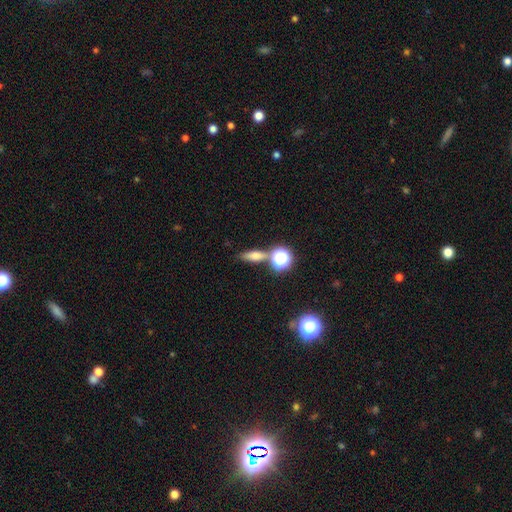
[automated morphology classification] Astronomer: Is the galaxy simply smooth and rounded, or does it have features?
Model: smooth — 63%.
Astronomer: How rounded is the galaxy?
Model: in between — 42% (runner-up: cigar-shaped, 38%).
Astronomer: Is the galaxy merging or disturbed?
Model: none — 69%.